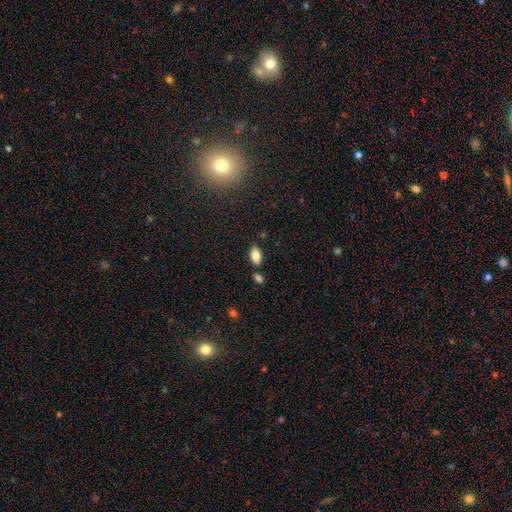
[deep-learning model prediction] Smooth or featured: smooth — 83% (featured or disk — 9%)
How rounded: in between — 92% (cigar-shaped — 4%)
Merging: none — 78% (minor disturbance — 11%)